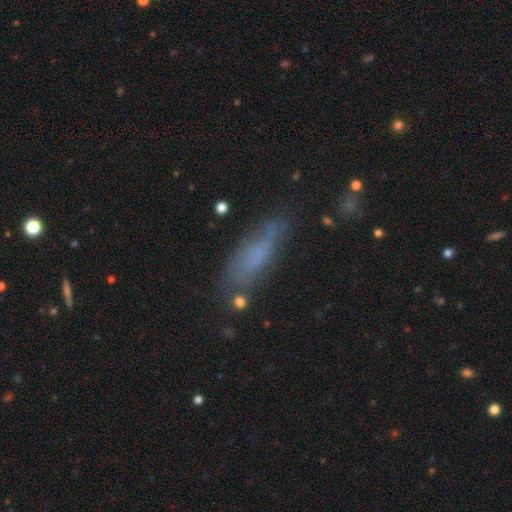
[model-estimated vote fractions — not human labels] smooth-or-featured: smooth: 59% | featured or disk: 29% | star or artifact: 12%
  how-rounded: cigar-shaped: 58% | in between: 40% | round: 2%
  merging: none: 65% | minor disturbance: 22% | major disturbance: 8% | merger: 4%